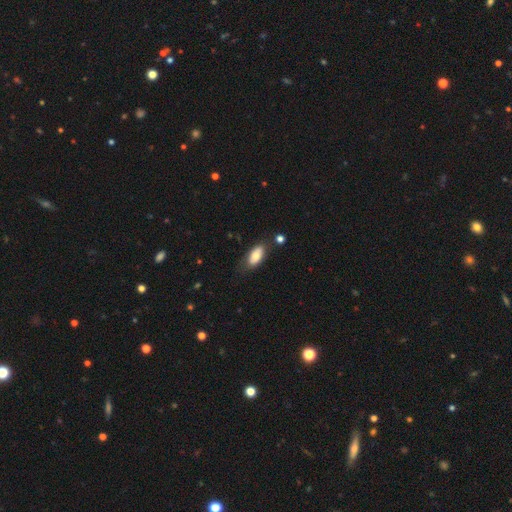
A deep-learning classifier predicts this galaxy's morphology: Smooth or featured: smooth — 74% (featured or disk — 19%)
How rounded: in between — 89% (cigar-shaped — 8%)
Merging: none — 70% (minor disturbance — 20%)